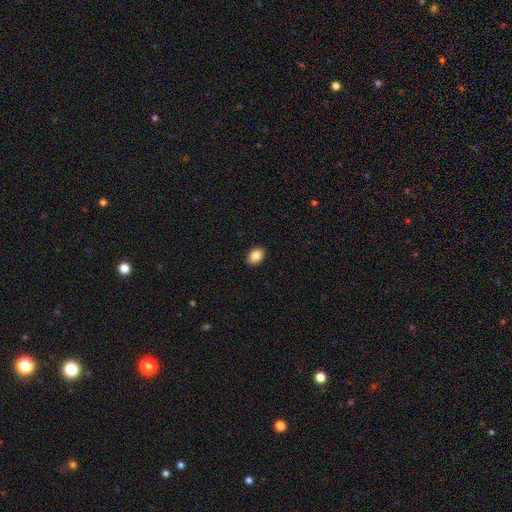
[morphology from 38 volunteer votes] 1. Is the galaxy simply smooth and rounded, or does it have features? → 89% smooth, 8% star or artifact, 3% featured or disk.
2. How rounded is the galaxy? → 68% in between, 32% round, 0% cigar-shaped.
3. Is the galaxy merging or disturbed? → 89% none, 9% minor disturbance, 3% major disturbance, 0% merger.